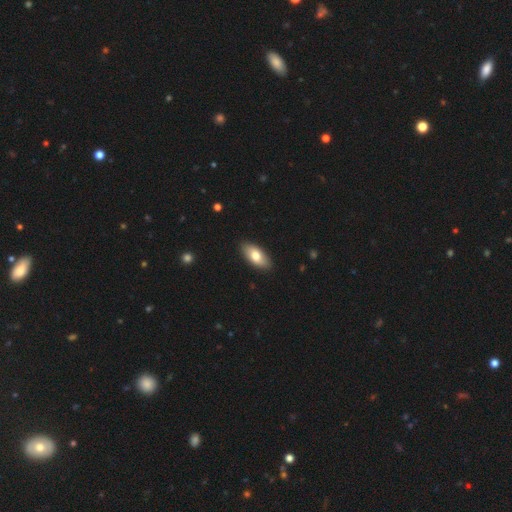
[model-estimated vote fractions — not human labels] Morphology: type=smooth (76%); roundness=in between (90%); merging=none (89%).